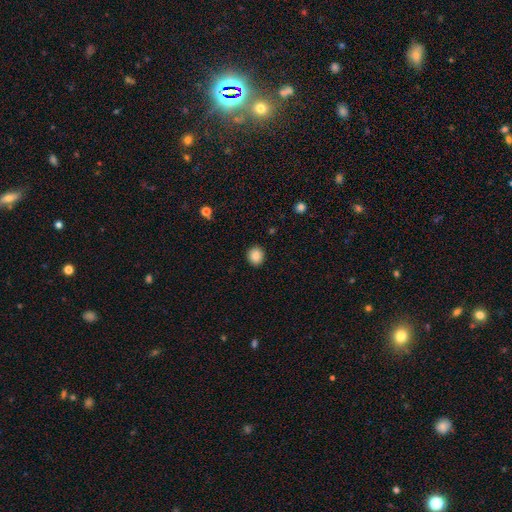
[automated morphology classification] Smooth or featured?
  - smooth: 88% *
  - star or artifact: 9%
  - featured or disk: 3%
How rounded?
  - round: 83% *
  - in between: 16%
  - cigar-shaped: 1%
Merging?
  - none: 91% *
  - minor disturbance: 6%
  - major disturbance: 2%
  - merger: 1%